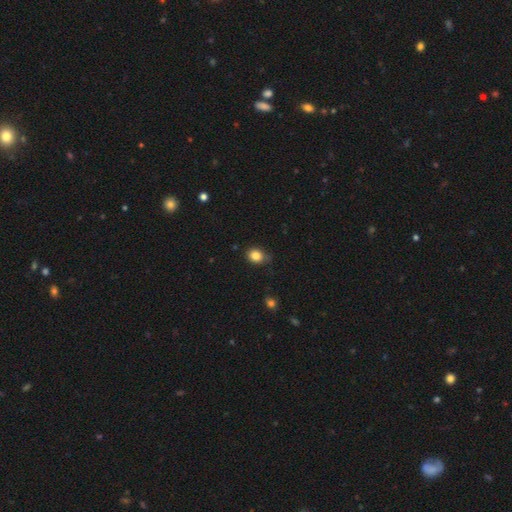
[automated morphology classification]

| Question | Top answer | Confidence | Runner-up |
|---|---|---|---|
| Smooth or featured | smooth | 84% | star or artifact (11%) |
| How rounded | round | 57% | in between (42%) |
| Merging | none | 74% | minor disturbance (21%) |